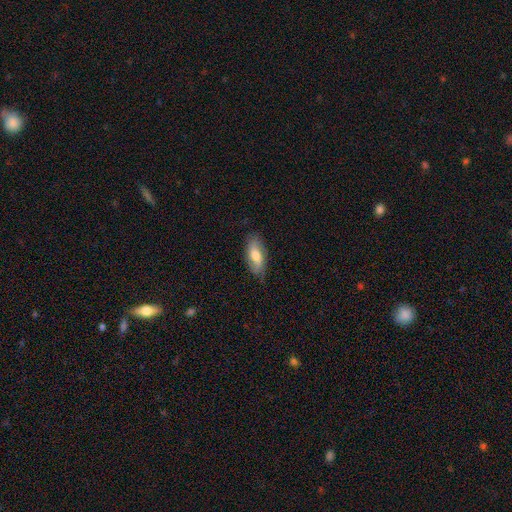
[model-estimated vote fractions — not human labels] Smooth or featured? smooth (62%)
How rounded? in between (83%)
Merging? none (74%)